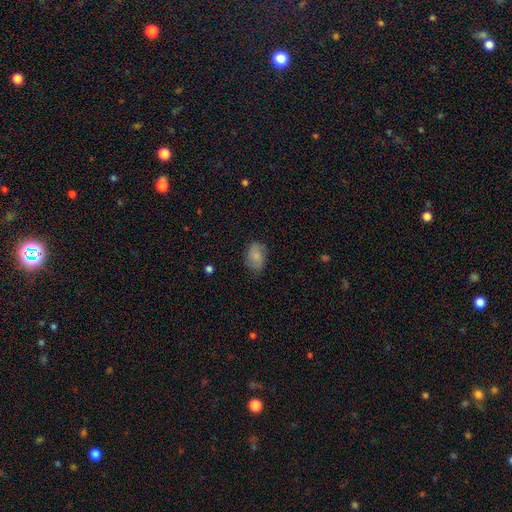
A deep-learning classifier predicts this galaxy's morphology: This is likely a smooth galaxy (78%). How rounded: clearly in between (82%). Merging: likely none (75%).